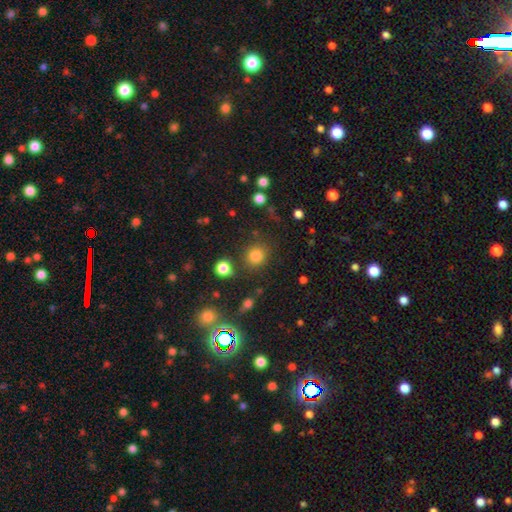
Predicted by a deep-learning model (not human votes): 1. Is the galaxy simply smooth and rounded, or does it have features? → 81% smooth, 14% star or artifact, 5% featured or disk.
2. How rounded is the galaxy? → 87% round, 12% in between, 1% cigar-shaped.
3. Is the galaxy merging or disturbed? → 81% none, 9% minor disturbance, 5% merger, 4% major disturbance.